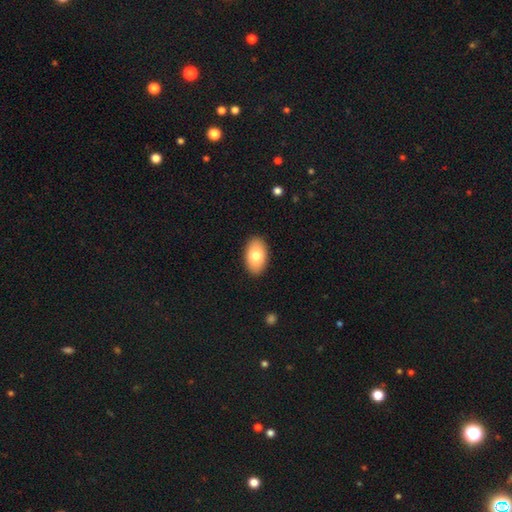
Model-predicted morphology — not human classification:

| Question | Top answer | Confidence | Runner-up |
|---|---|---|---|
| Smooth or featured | smooth | 77% | featured or disk (16%) |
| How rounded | in between | 93% | round (6%) |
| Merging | none | 90% | minor disturbance (7%) |